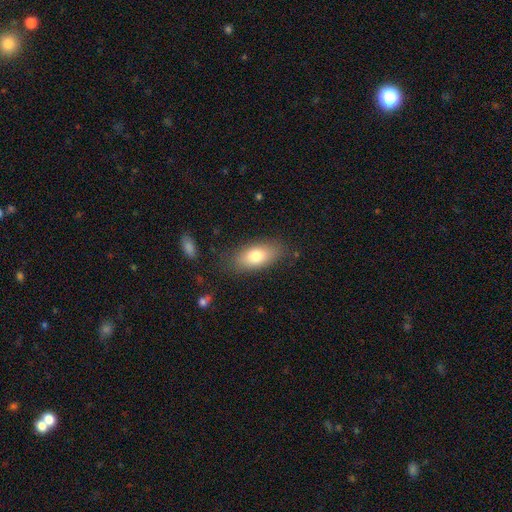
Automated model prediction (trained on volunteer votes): Q: Smooth or featured?
A: smooth (77%); runner-up: featured or disk (15%)
Q: How rounded?
A: in between (87%); runner-up: cigar-shaped (8%)
Q: Merging?
A: none (81%); runner-up: minor disturbance (13%)